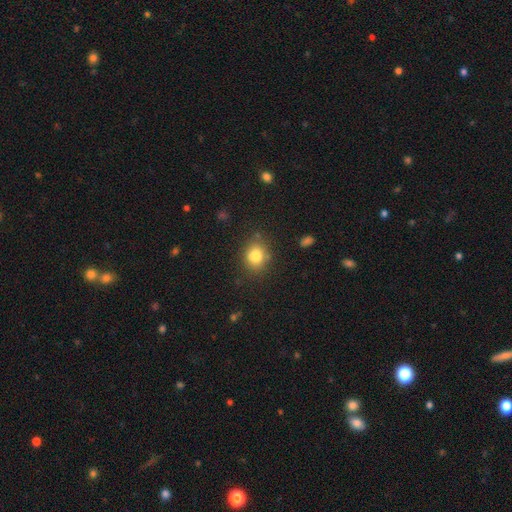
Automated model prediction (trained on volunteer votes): smooth 80%, star or artifact 11%, featured or disk 8%. Down the decision tree: how rounded — round (64%); merging — none (74%).